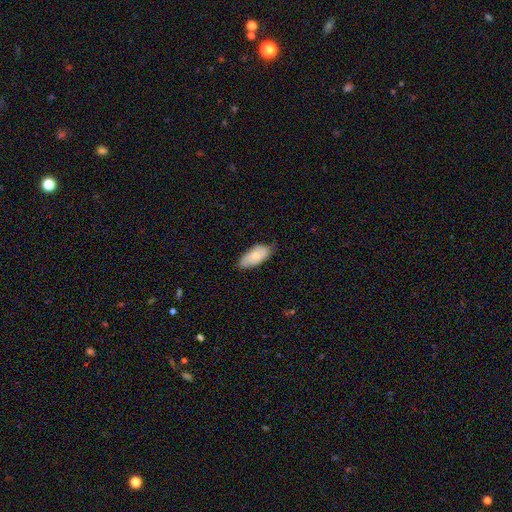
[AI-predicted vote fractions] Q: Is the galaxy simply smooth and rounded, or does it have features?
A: smooth — 70%.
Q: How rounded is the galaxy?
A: in between — 91%.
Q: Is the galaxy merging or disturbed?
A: none — 72%.